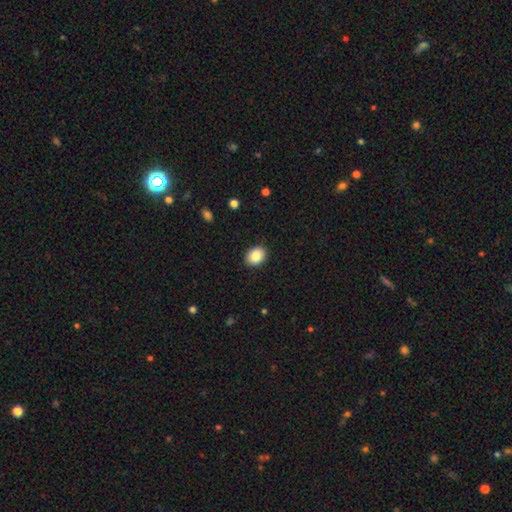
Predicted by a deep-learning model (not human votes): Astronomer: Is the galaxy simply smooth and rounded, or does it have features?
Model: smooth — 87%.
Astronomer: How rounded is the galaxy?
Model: in between — 57% (runner-up: round, 42%).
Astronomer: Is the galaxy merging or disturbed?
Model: none — 90%.